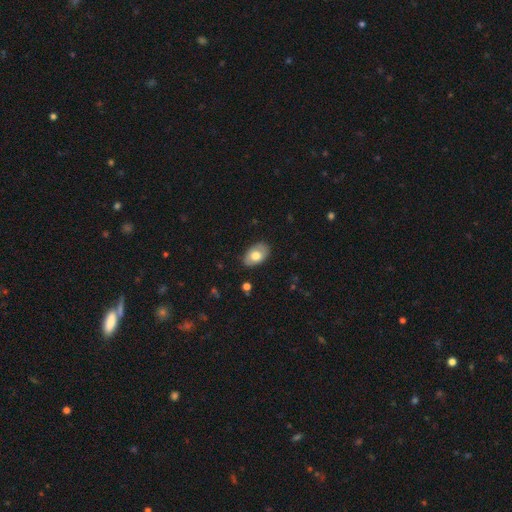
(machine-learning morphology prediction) A smooth galaxy with no disk features (69%) that is in between round and cigar-shaped (90%).

Vote fractions:
- Smooth or featured? smooth: 69% / featured or disk: 25% / star or artifact: 6%
- How rounded? in between: 90% / round: 8% / cigar-shaped: 1%
- Merging? none: 84% / minor disturbance: 13% / major disturbance: 3% / merger: 1%